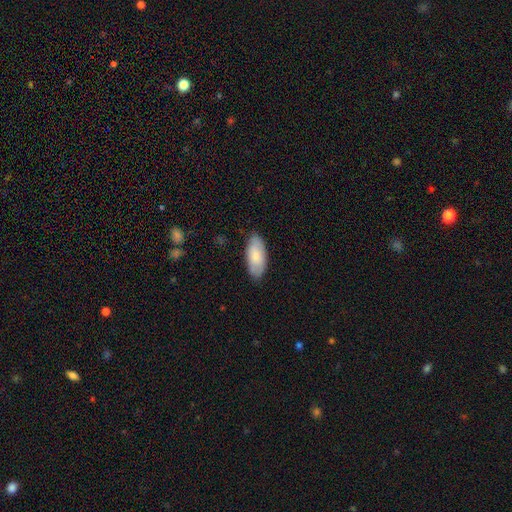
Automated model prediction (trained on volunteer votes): This appears to be a smooth galaxy with no disk features (75%) that is in between round and cigar-shaped (87%). Merging: none (82%).